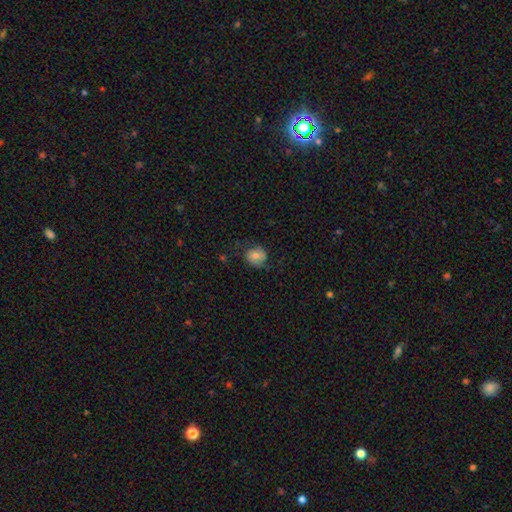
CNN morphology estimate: Smooth or featured? Predicted: smooth (p=0.67). How rounded? Predicted: round (p=0.75). Merging? Predicted: none (p=0.63).